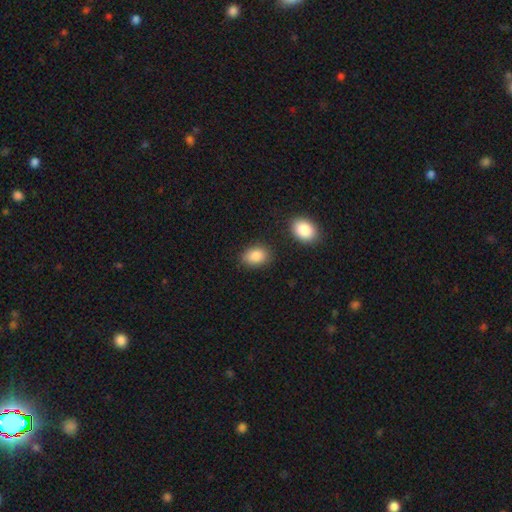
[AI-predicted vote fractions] This appears to be a smooth galaxy with no disk features (88%) that is in between round and cigar-shaped (80%). Merging: none (78%).